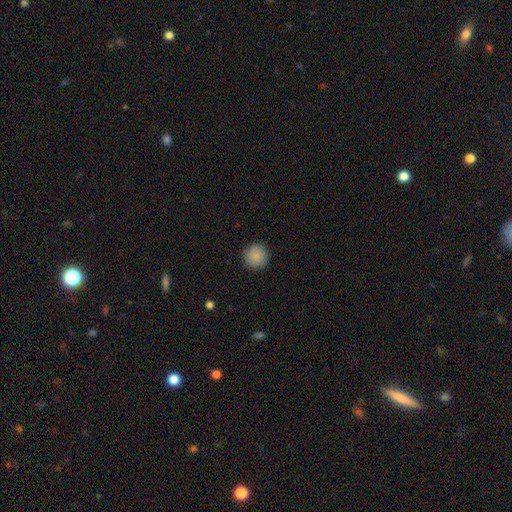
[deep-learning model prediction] Smooth or featured? Predicted: smooth (p=0.89). How rounded? Predicted: round (p=0.95). Merging? Predicted: none (p=0.91).